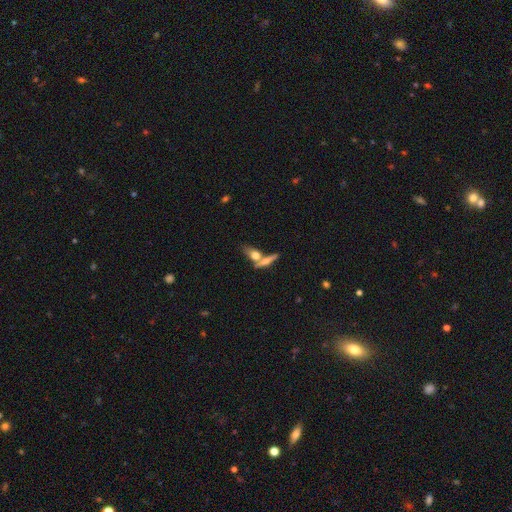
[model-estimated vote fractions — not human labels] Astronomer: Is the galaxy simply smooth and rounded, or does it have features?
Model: smooth — 54% (runner-up: featured or disk, 37%).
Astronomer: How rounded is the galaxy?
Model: in between — 51% (runner-up: cigar-shaped, 37%).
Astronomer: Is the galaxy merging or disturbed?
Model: merger — 44% (runner-up: none, 43%).